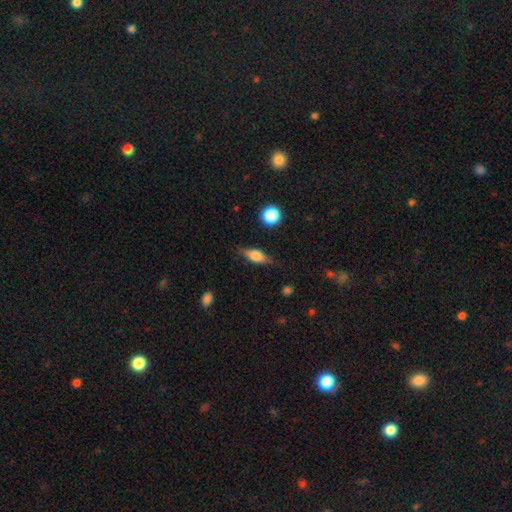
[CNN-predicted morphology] A smooth galaxy with no disk features (58%) that is in between round and cigar-shaped (64%).

Vote fractions:
- Smooth or featured? smooth: 58% / featured or disk: 35% / star or artifact: 8%
- How rounded? in between: 64% / cigar-shaped: 30% / round: 7%
- Merging? none: 78% / minor disturbance: 16% / major disturbance: 4% / merger: 2%